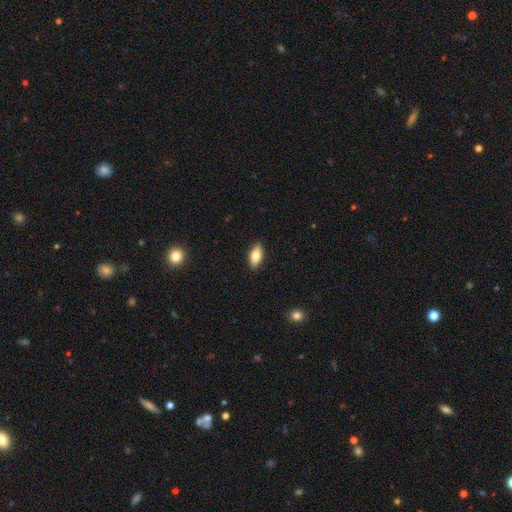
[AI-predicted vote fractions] smooth 75%, featured or disk 18%, star or artifact 7%. Down the decision tree: how rounded — in between (86%); merging — none (89%).